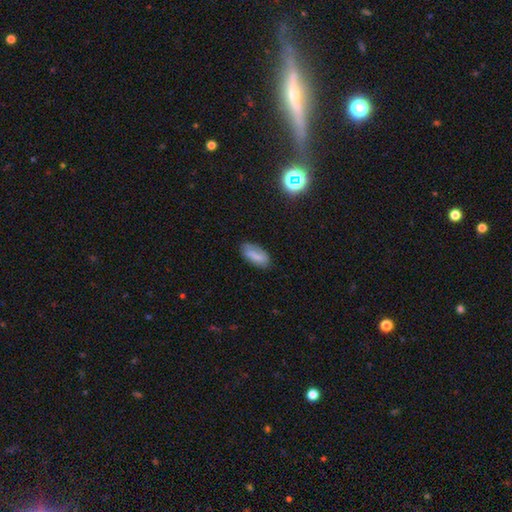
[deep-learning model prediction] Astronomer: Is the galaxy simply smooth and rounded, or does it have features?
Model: smooth — 70%.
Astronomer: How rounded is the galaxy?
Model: in between — 87%.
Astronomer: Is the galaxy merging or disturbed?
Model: none — 69%.